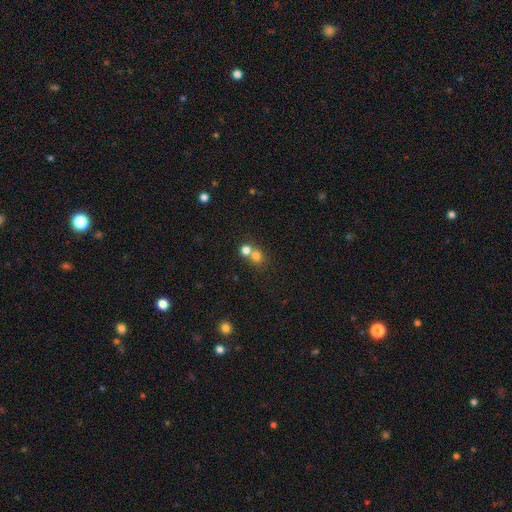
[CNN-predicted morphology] A smooth galaxy with no disk features (75%) that is round (80%). Merging: merger (54%).